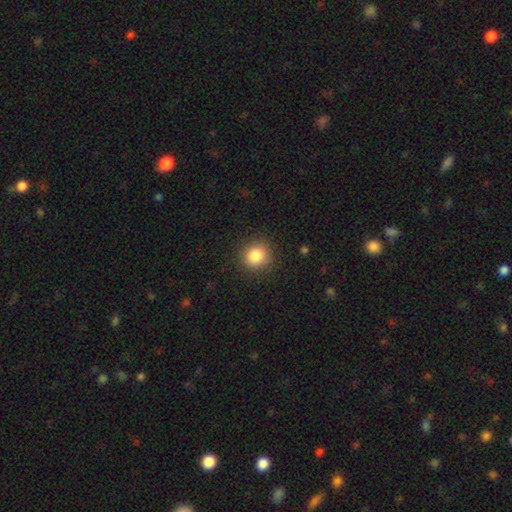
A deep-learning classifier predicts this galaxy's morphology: A smooth galaxy with no disk features (86%) that is round (88%). Merging: none (89%).